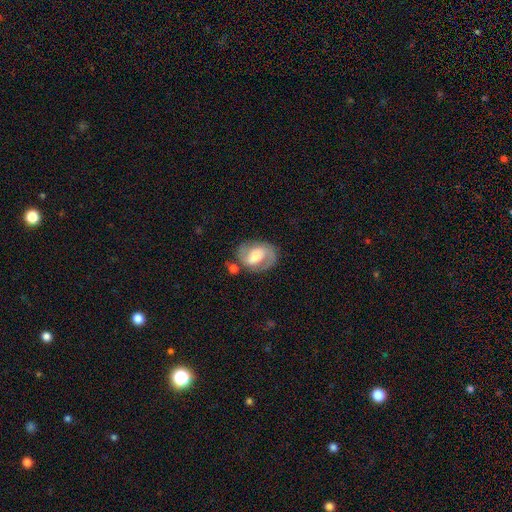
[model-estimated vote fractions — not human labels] Smooth or featured? Predicted: featured or disk (p=0.73). Edge-on disk? Predicted: no (p=0.97). Bar? Predicted: weak (p=0.46). Spiral arms? Predicted: yes (p=0.89). Spiral winding? Predicted: medium (p=0.52). Spiral arm count? Predicted: 2 (p=0.87). Bulge size? Predicted: moderate (p=0.47). Merging? Predicted: none (p=0.71).